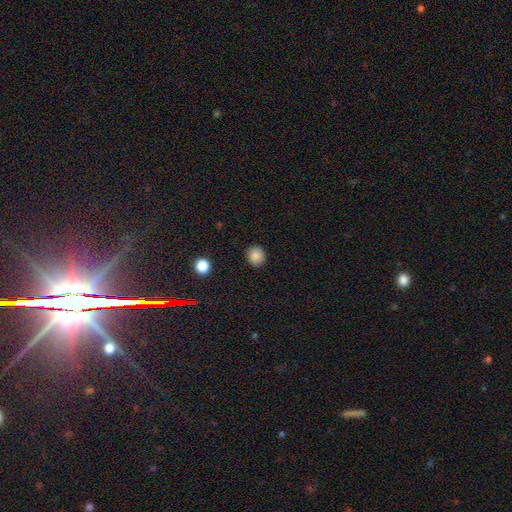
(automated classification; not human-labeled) The model was most divided on "how rounded": round: 87%, in between: 12%, cigar-shaped: 1%. More confident: merging — none (91%); smooth or featured — smooth (87%).